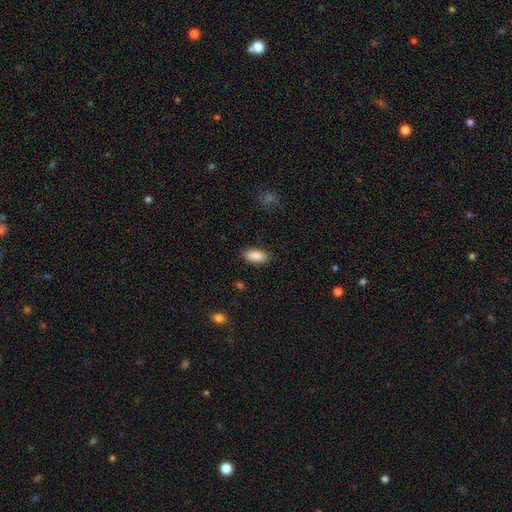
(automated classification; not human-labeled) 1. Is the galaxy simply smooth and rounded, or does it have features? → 89% smooth, 7% star or artifact, 5% featured or disk.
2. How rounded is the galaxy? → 87% in between, 11% cigar-shaped, 2% round.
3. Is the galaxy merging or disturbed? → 87% none, 10% minor disturbance, 2% major disturbance, 1% merger.